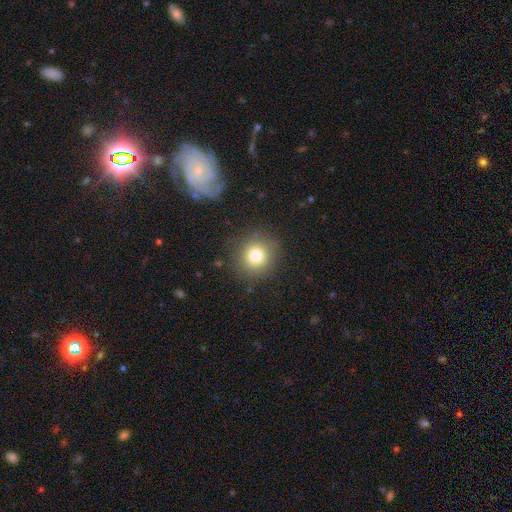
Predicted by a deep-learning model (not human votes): smooth 78%, star or artifact 13%, featured or disk 9%. Down the decision tree: how rounded — round (91%); merging — none (86%).